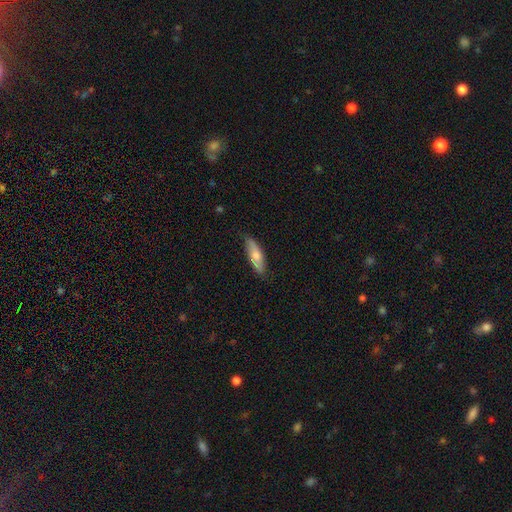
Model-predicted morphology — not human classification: Smooth or featured? smooth (62%)
How rounded? in between (50%)
Merging? none (78%)